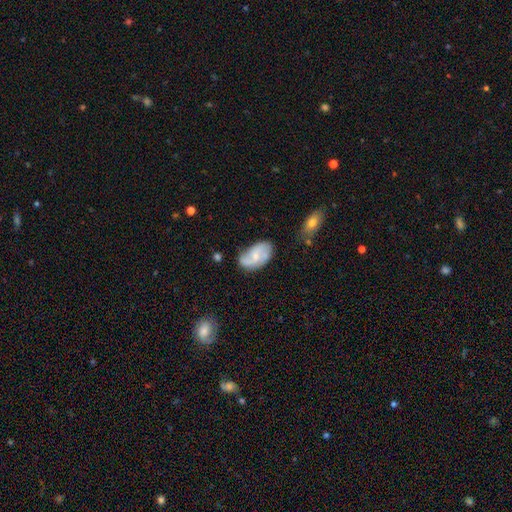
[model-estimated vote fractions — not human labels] A featured or disk galaxy (59%) with no bar (58%), spiral arms (87%) and a small central bulge (57%).

Vote fractions:
- Smooth or featured? featured or disk: 59% / smooth: 34% / star or artifact: 7%
- Edge-on disk? no: 96% / yes: 4%
- Bar? no: 58% / weak: 36% / strong: 6%
- Spiral arms? yes: 87% / no: 13%
- Bulge size? small: 57% / moderate: 33% / none: 8% / large: 2% / dominant: 1%
- Merging? none: 60% / minor disturbance: 27% / major disturbance: 8% / merger: 4%